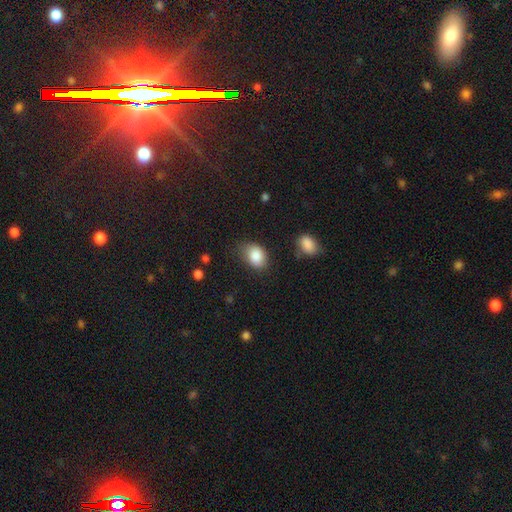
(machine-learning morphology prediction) The model was most divided on "merging": none: 67%, minor disturbance: 25%, major disturbance: 6%, merger: 3%. More confident: smooth or featured — smooth (86%); how rounded — in between (74%).